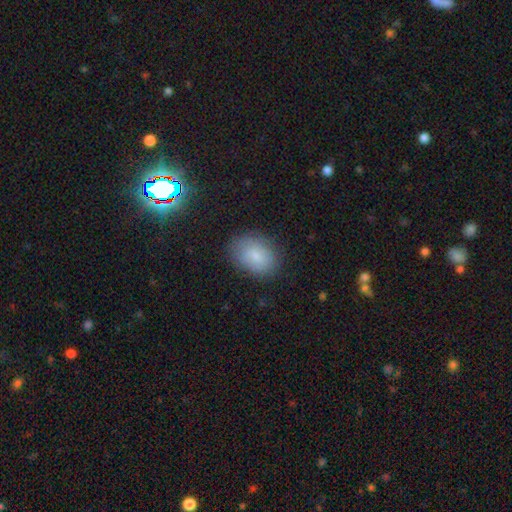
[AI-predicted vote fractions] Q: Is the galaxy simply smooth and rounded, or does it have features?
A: smooth — 76%.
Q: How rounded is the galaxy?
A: in between — 73%.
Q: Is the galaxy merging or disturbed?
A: none — 81%.